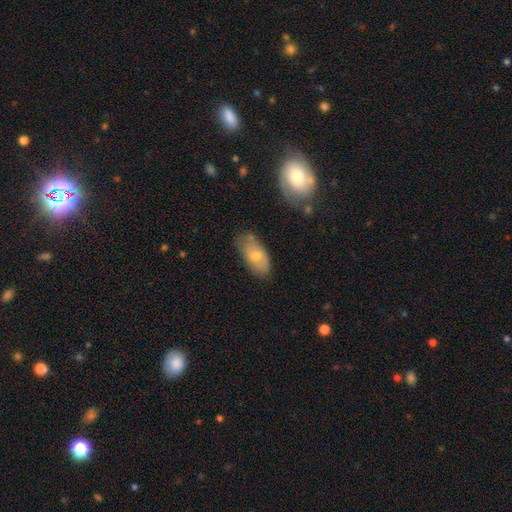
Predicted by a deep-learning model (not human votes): Smooth or featured: smooth — 58% (featured or disk — 35%)
How rounded: in between — 90% (cigar-shaped — 6%)
Merging: none — 68% (minor disturbance — 23%)